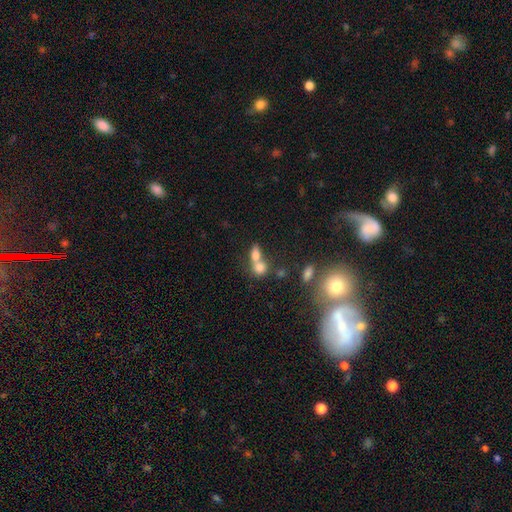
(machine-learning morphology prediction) type=smooth (73%); roundness=in between (60%); merging=merger (63%).